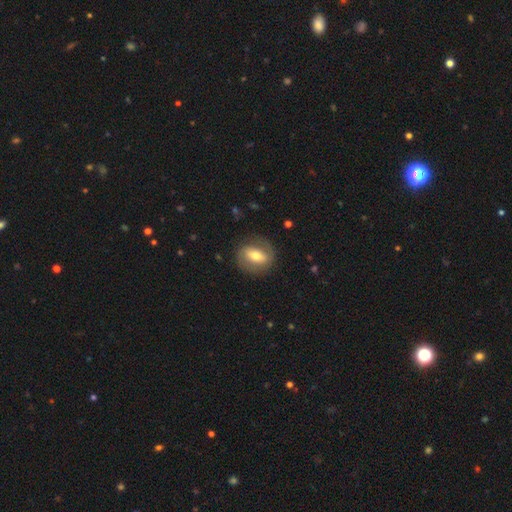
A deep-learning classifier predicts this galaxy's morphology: smooth-or-featured: smooth: 48% | featured or disk: 45% | star or artifact: 7%
  merging: none: 80% | minor disturbance: 13% | major disturbance: 6% | merger: 1%